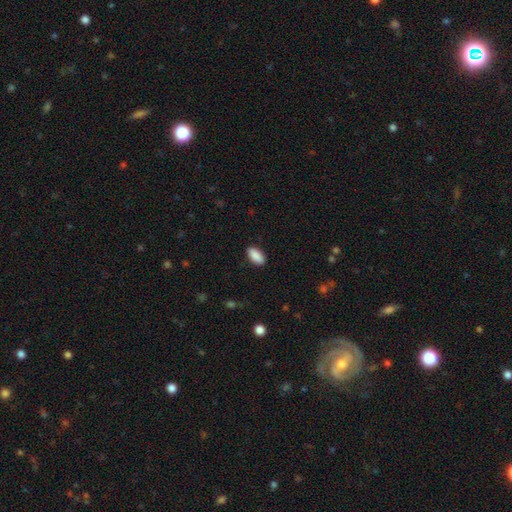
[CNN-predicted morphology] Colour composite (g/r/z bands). It shows a smooth galaxy with no disk features (90%) that is in between round and cigar-shaped (89%). Merging: none (88%).